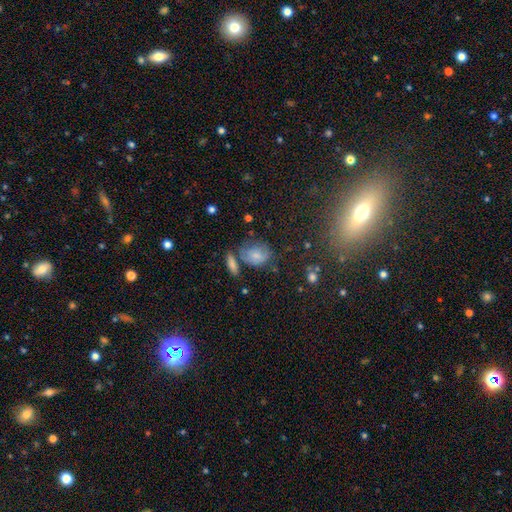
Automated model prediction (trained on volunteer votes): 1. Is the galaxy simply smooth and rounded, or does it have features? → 67% smooth, 20% featured or disk, 13% star or artifact.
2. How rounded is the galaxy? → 57% in between, 40% round, 2% cigar-shaped.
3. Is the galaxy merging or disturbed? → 51% none, 24% minor disturbance, 14% merger, 11% major disturbance.